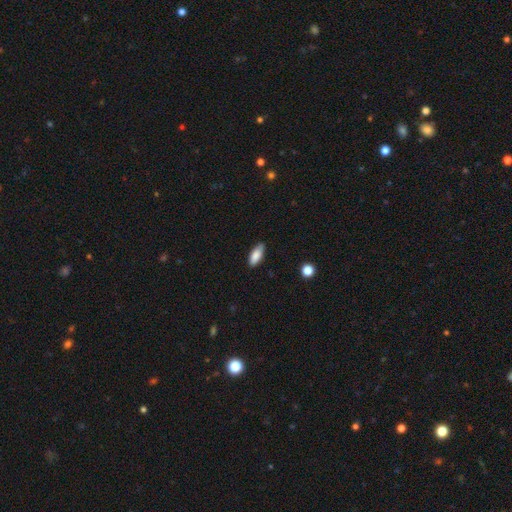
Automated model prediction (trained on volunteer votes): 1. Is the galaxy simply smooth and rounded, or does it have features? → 85% smooth, 9% featured or disk, 7% star or artifact.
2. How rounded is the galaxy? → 81% in between, 16% cigar-shaped, 2% round.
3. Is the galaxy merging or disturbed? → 80% none, 16% minor disturbance, 2% major disturbance, 1% merger.